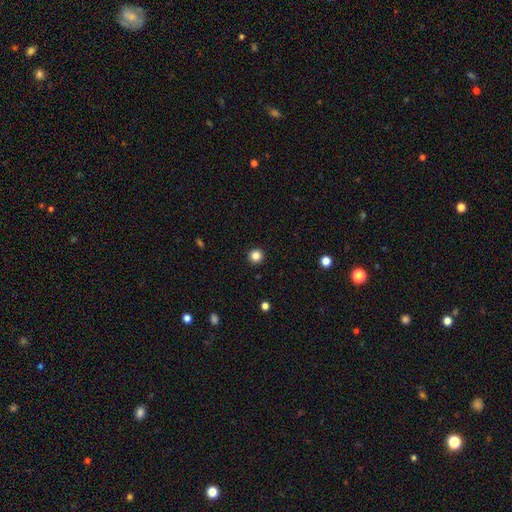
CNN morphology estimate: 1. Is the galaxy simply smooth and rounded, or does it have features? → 84% smooth, 12% star or artifact, 4% featured or disk.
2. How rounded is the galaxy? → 96% round, 3% in between, 1% cigar-shaped.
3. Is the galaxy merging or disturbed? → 93% none, 4% minor disturbance, 1% major disturbance, 1% merger.